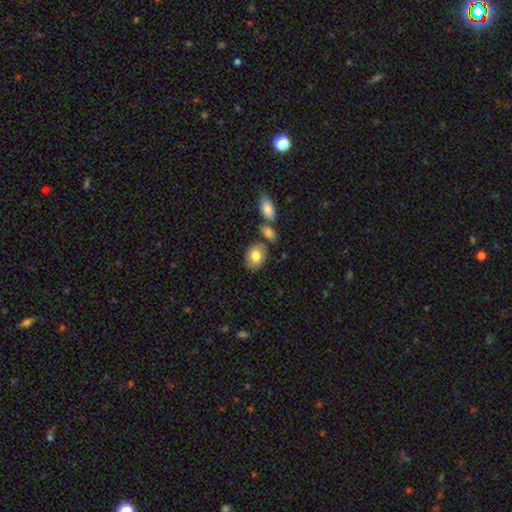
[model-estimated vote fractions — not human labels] smooth 81%, featured or disk 12%, star or artifact 7%. Down the decision tree: how rounded — in between (71%); merging — none (72%).